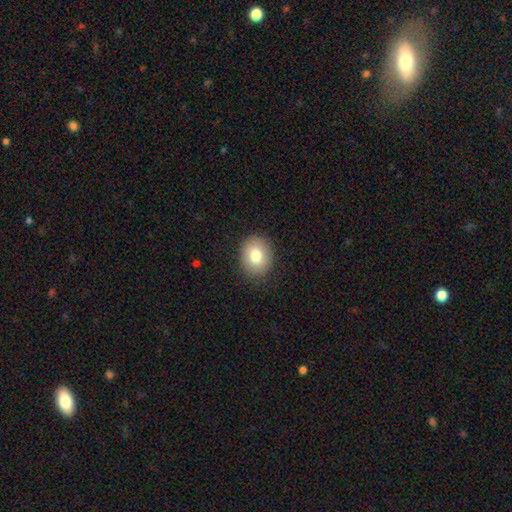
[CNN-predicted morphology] Q: Smooth or featured?
A: smooth (80%); runner-up: featured or disk (11%)
Q: How rounded?
A: round (57%); runner-up: in between (42%)
Q: Merging?
A: none (88%); runner-up: minor disturbance (9%)